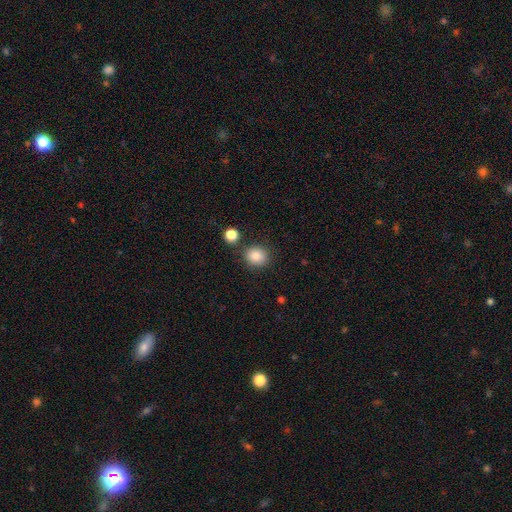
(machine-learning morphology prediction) Overall: smooth (86%). How rounded: round (78%). Merging: none (81%).